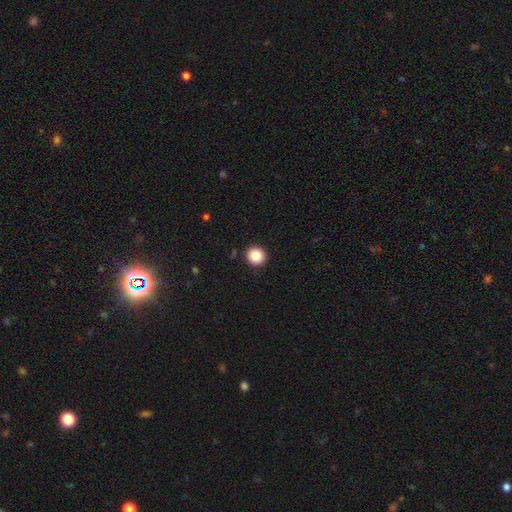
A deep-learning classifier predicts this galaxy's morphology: The model was most divided on "smooth or featured": smooth: 87%, star or artifact: 9%, featured or disk: 4%. More confident: how rounded — round (93%); merging — none (92%).